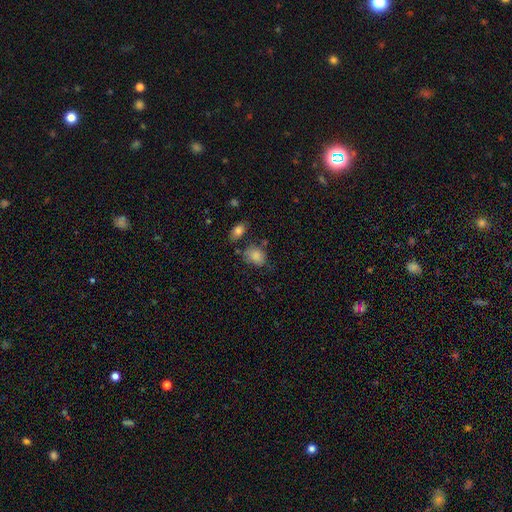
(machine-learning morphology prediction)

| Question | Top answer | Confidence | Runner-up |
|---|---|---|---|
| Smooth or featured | smooth | 83% | featured or disk (9%) |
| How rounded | in between | 63% | round (36%) |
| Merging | none | 52% | minor disturbance (29%) |